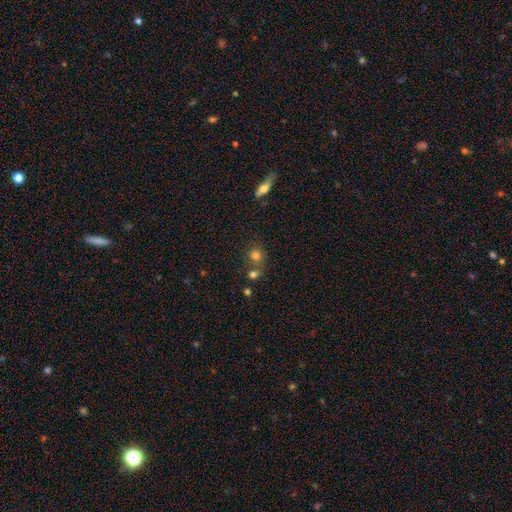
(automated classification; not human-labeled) Smooth or featured? smooth (75%)
How rounded? round (75%)
Merging? none (52%)